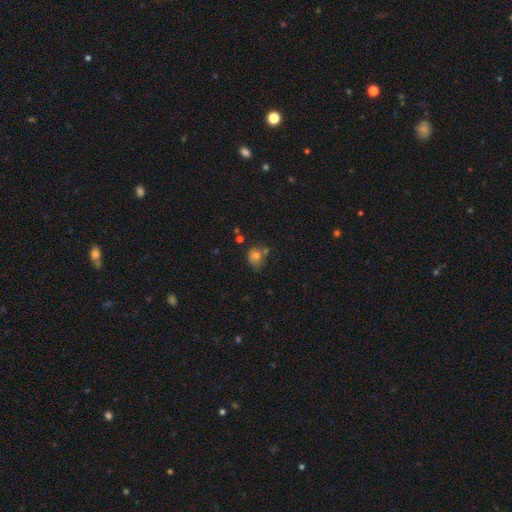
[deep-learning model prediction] Smooth or featured? Predicted: smooth (p=0.70). How rounded? Predicted: round (p=0.58). Merging? Predicted: none (p=0.42).